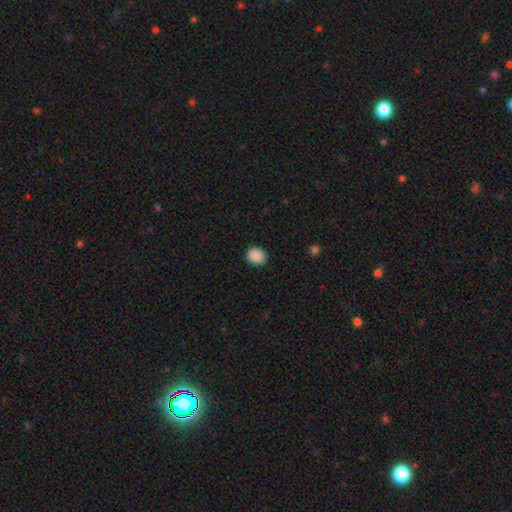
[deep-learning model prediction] This appears to be a smooth galaxy with no disk features (90%) that is round (58%). Merging: none (90%).